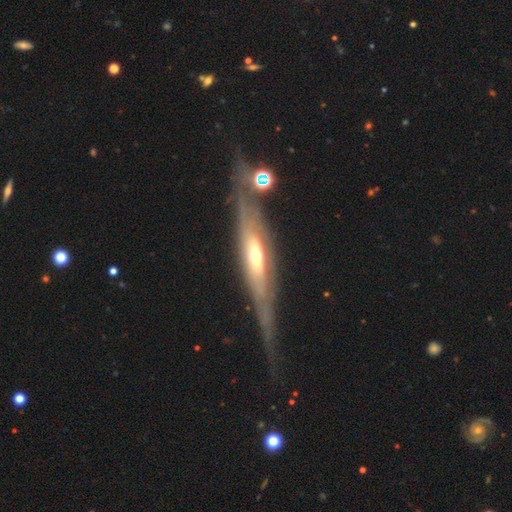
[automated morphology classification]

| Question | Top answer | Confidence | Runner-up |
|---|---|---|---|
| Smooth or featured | featured or disk | 70% | smooth (23%) |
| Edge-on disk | yes | 75% | no (25%) |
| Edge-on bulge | rounded | 77% | none (15%) |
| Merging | none | 67% | minor disturbance (18%) |